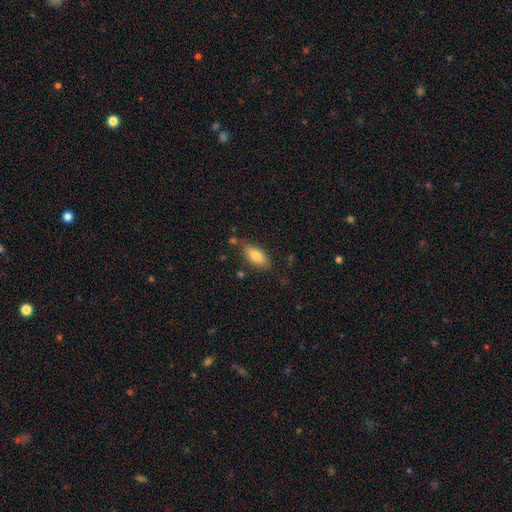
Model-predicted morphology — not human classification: Smooth or featured? Predicted: smooth (p=0.80). How rounded? Predicted: in between (p=0.87). Merging? Predicted: none (p=0.76).